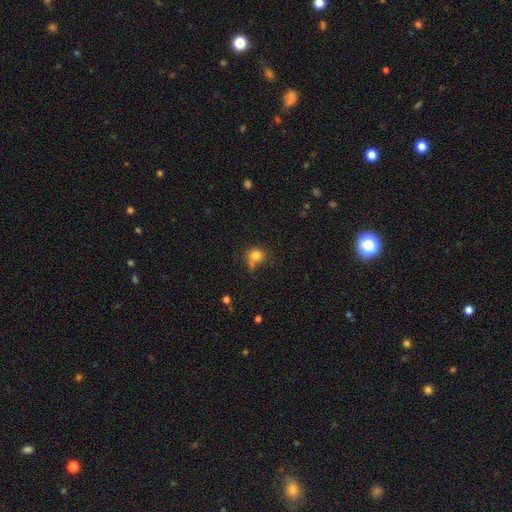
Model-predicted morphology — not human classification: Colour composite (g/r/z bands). It shows a smooth galaxy with no disk features (80%) that is round (77%). Merging: none (54%).